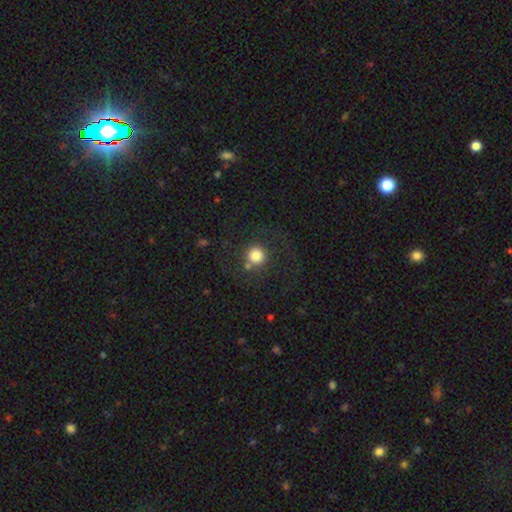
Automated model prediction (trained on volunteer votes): Smooth or featured: smooth — 80% (star or artifact — 11%)
How rounded: round — 94% (in between — 5%)
Merging: none — 74% (minor disturbance — 10%)